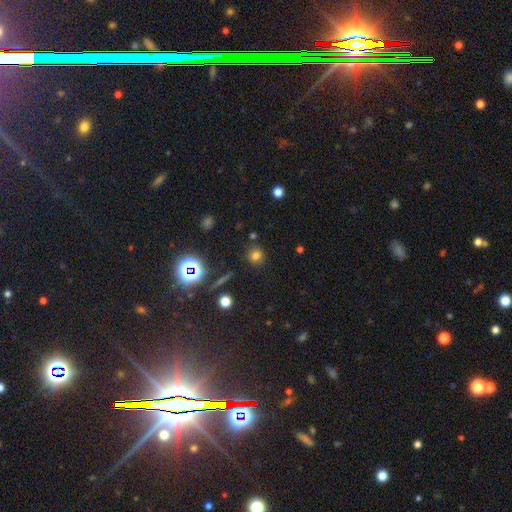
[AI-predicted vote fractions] Smooth or featured?
  - smooth: 71% *
  - star or artifact: 21%
  - featured or disk: 8%
How rounded?
  - round: 88% *
  - in between: 10%
  - cigar-shaped: 1%
Merging?
  - none: 84% *
  - minor disturbance: 9%
  - merger: 3%
  - major disturbance: 3%